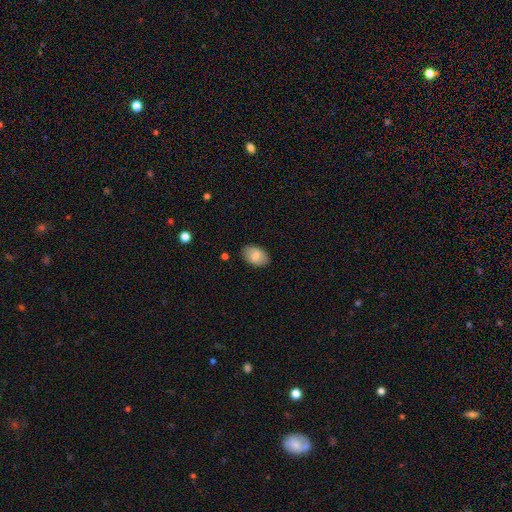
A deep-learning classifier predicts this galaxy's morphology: A smooth galaxy with no disk features (78%) that is in between round and cigar-shaped (88%).

Vote fractions:
- Smooth or featured? smooth: 78% / featured or disk: 15% / star or artifact: 7%
- How rounded? in between: 88% / round: 11% / cigar-shaped: 1%
- Merging? none: 85% / minor disturbance: 11% / major disturbance: 3% / merger: 1%